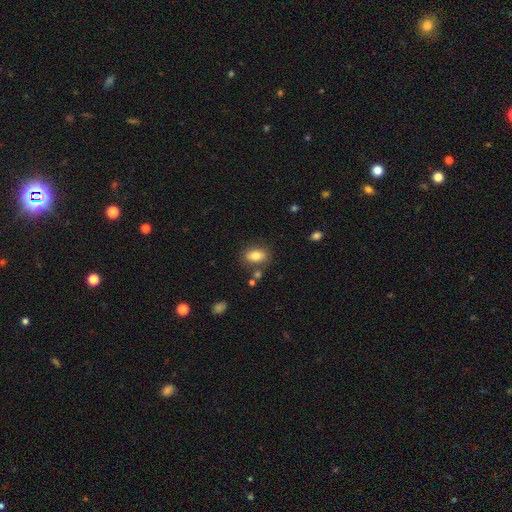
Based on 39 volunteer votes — Morphology: type=smooth (87%); roundness=in between (76%); merging=none (76%).